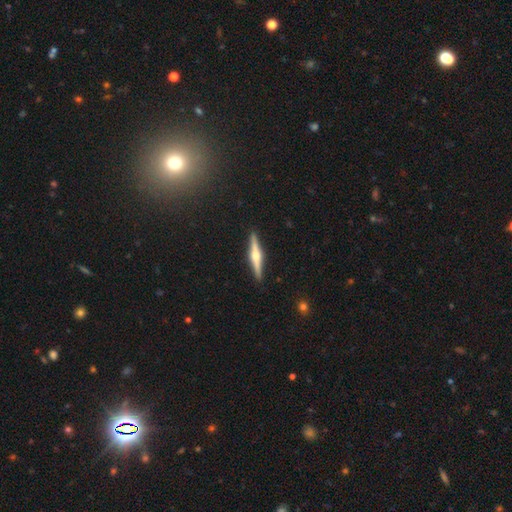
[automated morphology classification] smooth_or_featured: featured or disk (p=0.75) [alt: smooth p=0.19]
disk_edge_on: yes (p=0.98) [alt: no p=0.02]
edge_on_bulge: rounded (p=0.91) [alt: boxy p=0.06]
merging: none (p=0.92) [alt: minor disturbance p=0.06]